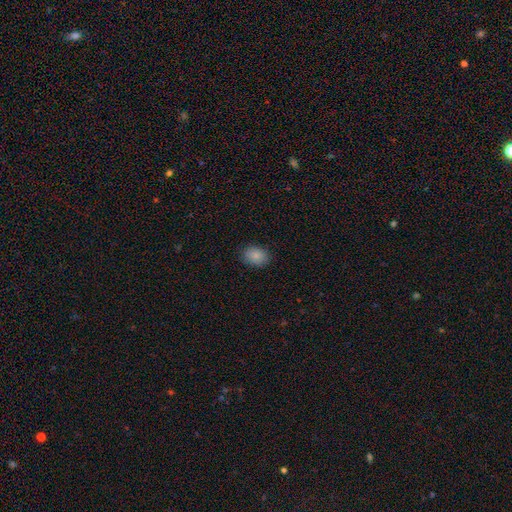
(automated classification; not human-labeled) smooth-or-featured: smooth: 86% | star or artifact: 9% | featured or disk: 5%
  how-rounded: in between: 70% | round: 30% | cigar-shaped: 1%
  merging: none: 86% | minor disturbance: 10% | major disturbance: 3% | merger: 1%